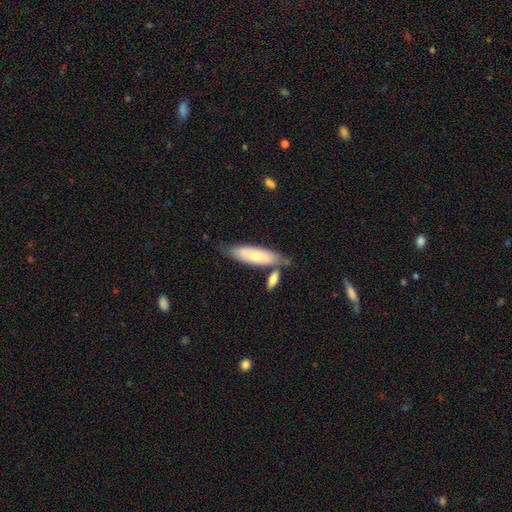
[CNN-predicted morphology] Q: Smooth or featured?
A: smooth (67%); runner-up: featured or disk (27%)
Q: How rounded?
A: cigar-shaped (52%); runner-up: in between (47%)
Q: Merging?
A: none (57%); runner-up: merger (20%)